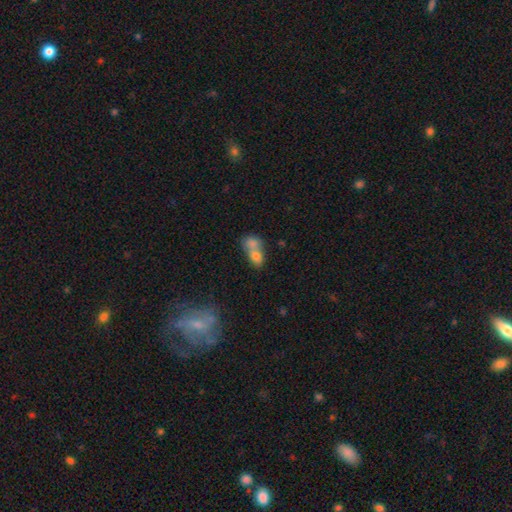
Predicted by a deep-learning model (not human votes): A smooth galaxy with no disk features (75%) that is in between round and cigar-shaped (70%). Merging: merger (73%).